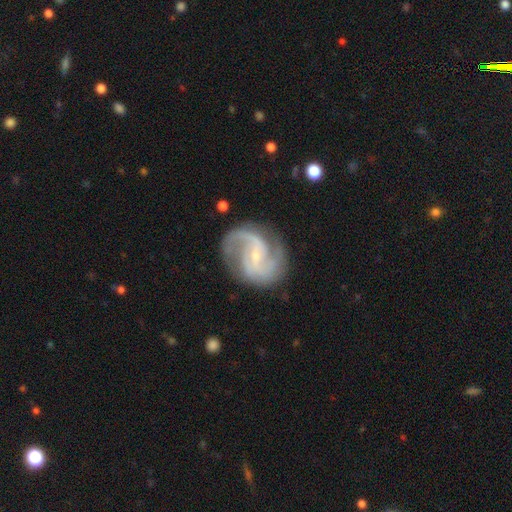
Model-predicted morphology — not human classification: Smooth or featured?
  - featured or disk: 90% *
  - smooth: 5%
  - star or artifact: 5%
Edge-on disk?
  - no: 98% *
  - yes: 2%
Bar?
  - weak: 46% *
  - no: 35%
  - strong: 19%
Spiral arms?
  - yes: 98% *
  - no: 2%
Spiral winding?
  - medium: 56% *
  - loose: 25%
  - tight: 19%
Spiral arm count?
  - 2: 80% *
  - 3: 8%
  - can't tell: 5%
  - 1: 3%
  - 4: 2%
  - more than 4: 2%
Bulge size?
  - small: 78% *
  - moderate: 17%
  - none: 3%
  - large: 1%
  - dominant: 1%
Merging?
  - none: 77% *
  - minor disturbance: 15%
  - major disturbance: 7%
  - merger: 1%